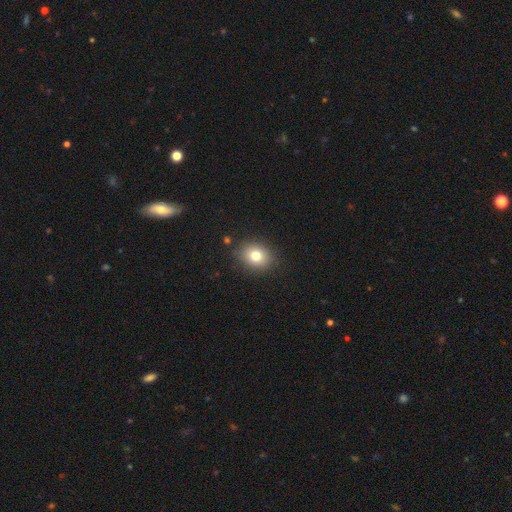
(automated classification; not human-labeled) smooth_or_featured: smooth (p=0.78) [alt: star or artifact p=0.11]
how_rounded: round (p=0.55) [alt: in between p=0.44]
merging: none (p=0.86) [alt: minor disturbance p=0.09]